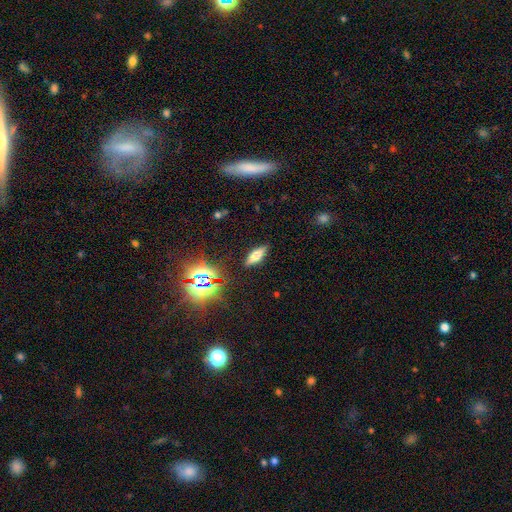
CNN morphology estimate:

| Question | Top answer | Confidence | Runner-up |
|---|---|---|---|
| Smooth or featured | smooth | 50% | featured or disk (32%) |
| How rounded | in between | 54% | cigar-shaped (42%) |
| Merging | none | 87% | minor disturbance (9%) |